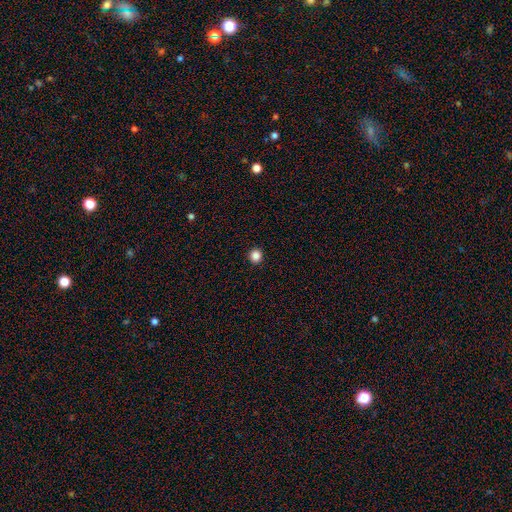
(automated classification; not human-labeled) A smooth galaxy with no disk features (86%) that is round (93%). Merging: none (93%).